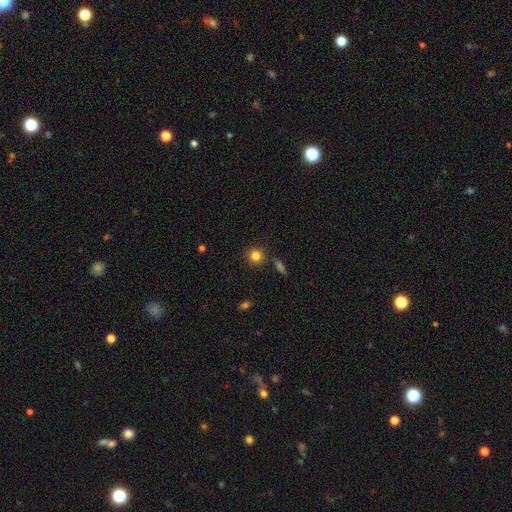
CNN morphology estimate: Smooth or featured?
  - smooth: 83% *
  - star or artifact: 12%
  - featured or disk: 6%
How rounded?
  - round: 91% *
  - in between: 8%
  - cigar-shaped: 1%
Merging?
  - none: 86% *
  - minor disturbance: 8%
  - merger: 4%
  - major disturbance: 2%